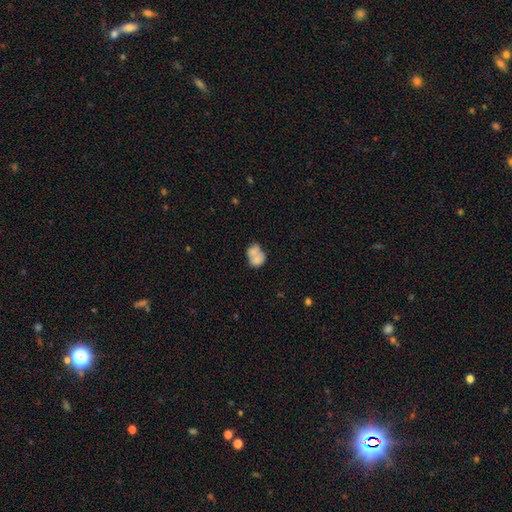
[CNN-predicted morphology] Overall: smooth (69%). How rounded: in between (55%; round 44%). Merging: merger (57%; none 24%).